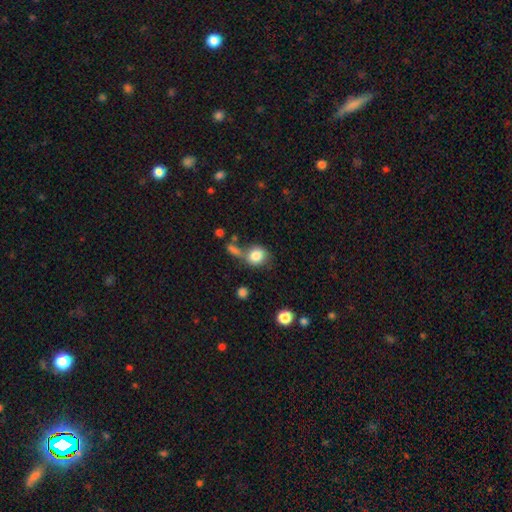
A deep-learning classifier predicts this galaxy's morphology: A smooth galaxy with no disk features (83%) that is round (75%). Merging: none (50%).